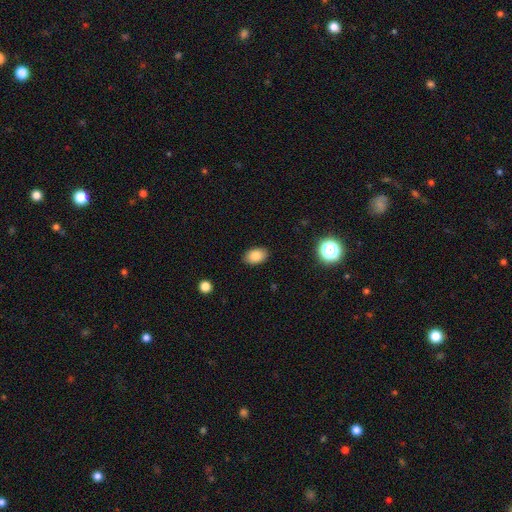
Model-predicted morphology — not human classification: A smooth galaxy with no disk features (84%) that is in between round and cigar-shaped (87%).

Vote fractions:
- Smooth or featured? smooth: 84% / star or artifact: 9% / featured or disk: 7%
- How rounded? in between: 87% / round: 12% / cigar-shaped: 1%
- Merging? none: 88% / minor disturbance: 9% / major disturbance: 2% / merger: 1%